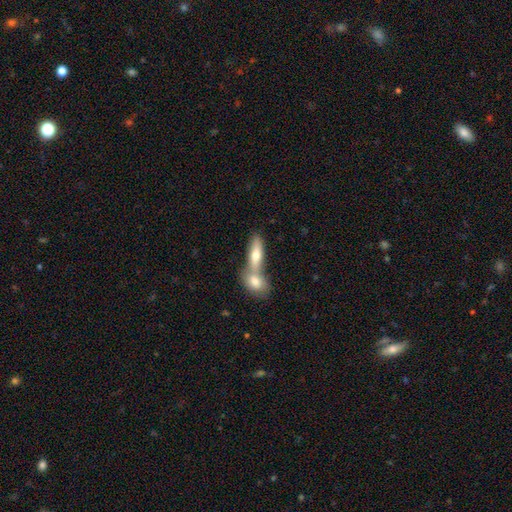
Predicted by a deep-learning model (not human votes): A smooth galaxy with no disk features (66%) that is in between round and cigar-shaped (51%). Merging: merger (59%).